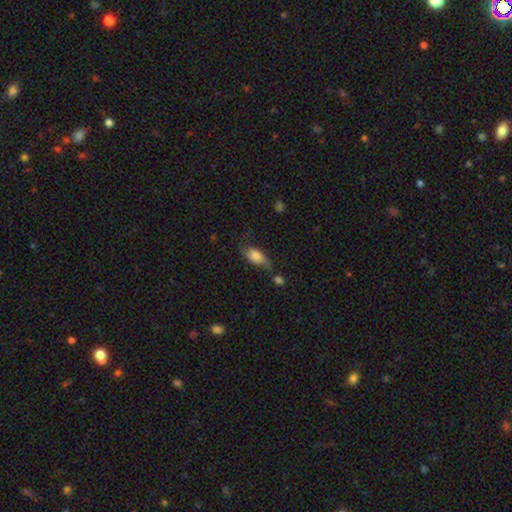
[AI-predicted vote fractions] Smooth or featured?
  - smooth: 75% *
  - featured or disk: 17%
  - star or artifact: 8%
How rounded?
  - in between: 86% *
  - cigar-shaped: 9%
  - round: 5%
Merging?
  - none: 45% *
  - minor disturbance: 32%
  - major disturbance: 15%
  - merger: 8%